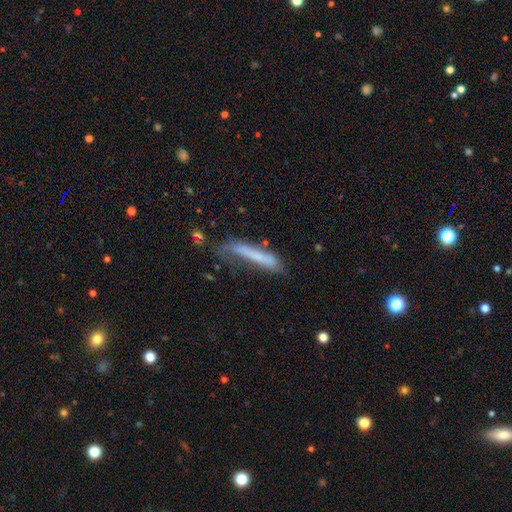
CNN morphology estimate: smooth_or_featured: smooth (p=0.59) [alt: featured or disk p=0.30]
how_rounded: cigar-shaped (p=0.94) [alt: in between p=0.05]
merging: none (p=0.59) [alt: minor disturbance p=0.25]